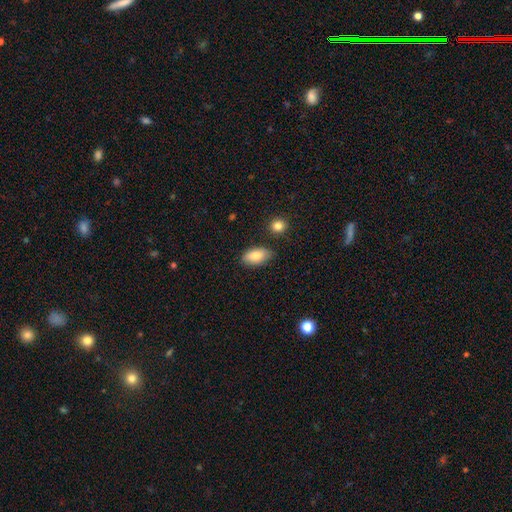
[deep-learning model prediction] Smooth or featured? Predicted: smooth (p=0.83). How rounded? Predicted: in between (p=0.92). Merging? Predicted: none (p=0.80).